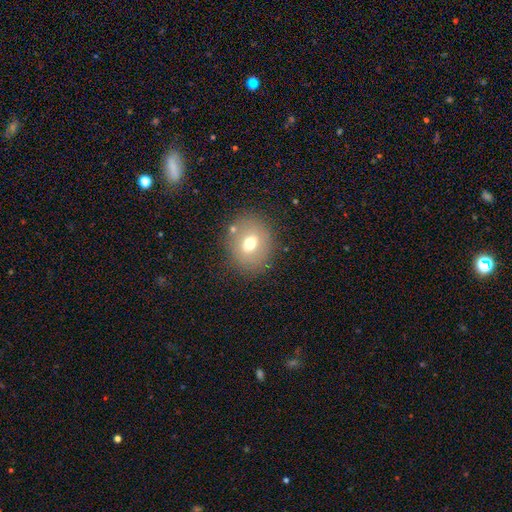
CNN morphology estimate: This is likely a smooth galaxy (66%). How rounded: likely round (69%). Merging: clearly none (82%).